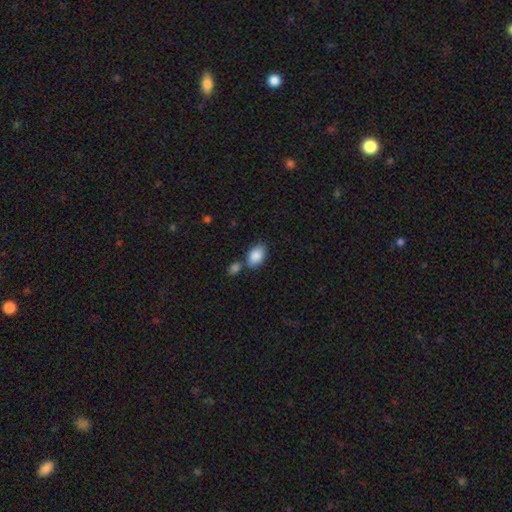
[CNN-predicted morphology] Q: Smooth or featured?
A: smooth (87%); runner-up: star or artifact (6%)
Q: How rounded?
A: in between (92%); runner-up: round (6%)
Q: Merging?
A: none (65%); runner-up: merger (19%)